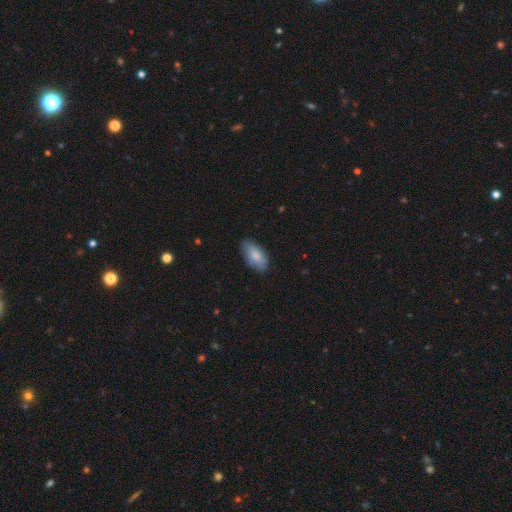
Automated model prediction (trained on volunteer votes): smooth-or-featured: smooth: 83% | featured or disk: 11% | star or artifact: 6%
  how-rounded: in between: 91% | cigar-shaped: 7% | round: 2%
  merging: none: 75% | minor disturbance: 20% | major disturbance: 4% | merger: 1%